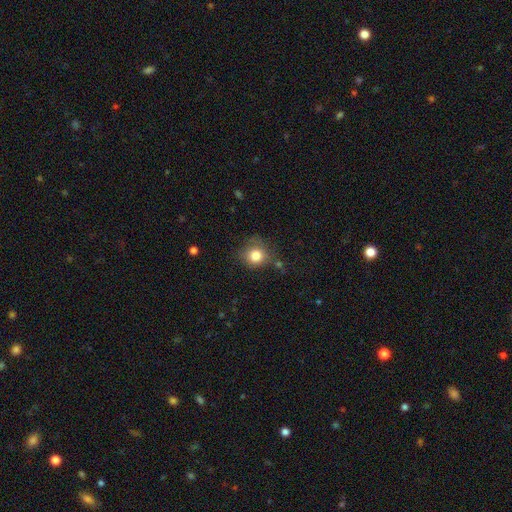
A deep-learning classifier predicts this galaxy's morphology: Q: Smooth or featured?
A: smooth (81%); runner-up: star or artifact (11%)
Q: How rounded?
A: round (85%); runner-up: in between (14%)
Q: Merging?
A: none (70%); runner-up: minor disturbance (20%)